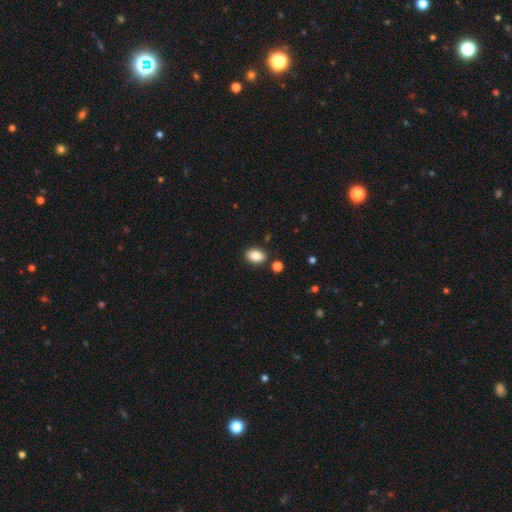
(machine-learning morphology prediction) Smooth or featured? smooth (85%)
How rounded? in between (85%)
Merging? none (85%)